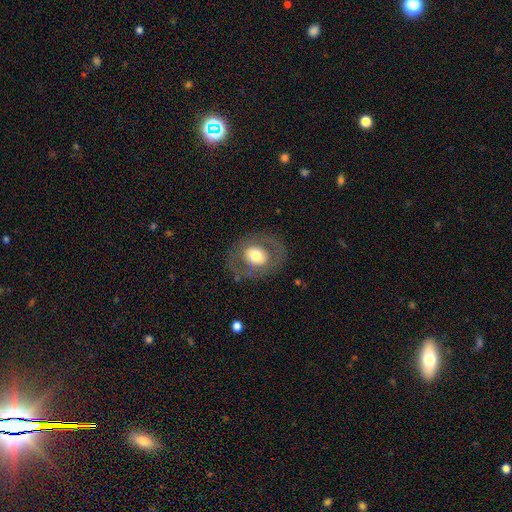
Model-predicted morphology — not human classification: Q: Smooth or featured?
A: smooth (52%); runner-up: featured or disk (41%)
Q: How rounded?
A: round (58%); runner-up: in between (41%)
Q: Merging?
A: none (76%); runner-up: minor disturbance (13%)